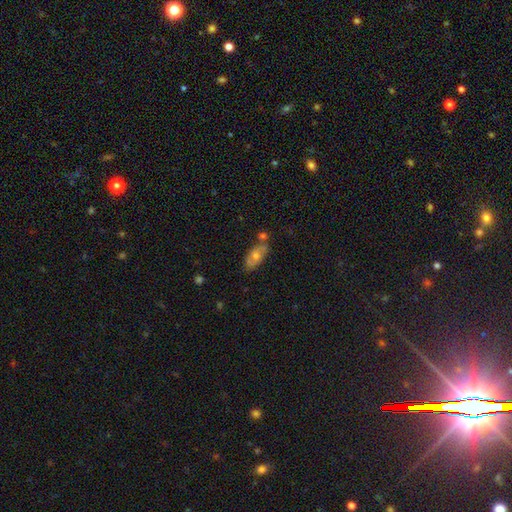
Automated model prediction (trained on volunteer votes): The model was most divided on "smooth or featured": smooth: 47%, featured or disk: 43%, star or artifact: 10%. More confident: merging — none (63%).